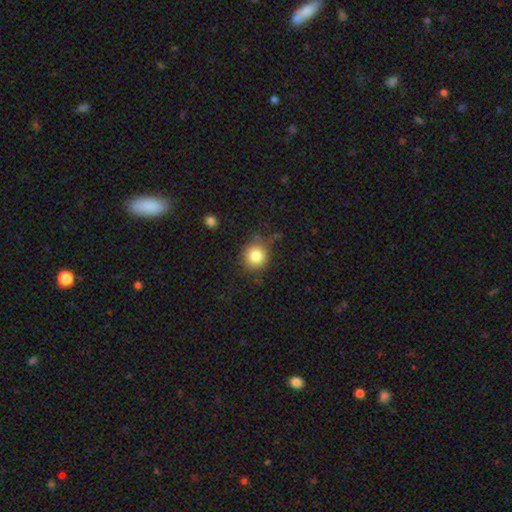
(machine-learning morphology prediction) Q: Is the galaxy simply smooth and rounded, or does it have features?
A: smooth — 83%.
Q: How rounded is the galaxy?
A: round — 90%.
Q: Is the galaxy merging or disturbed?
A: none — 78%.